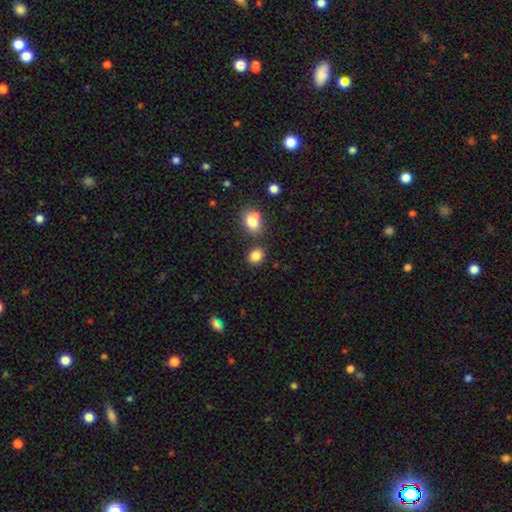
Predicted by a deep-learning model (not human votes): The model was most divided on "how rounded": round: 52%, in between: 46%, cigar-shaped: 1%. More confident: smooth or featured — smooth (84%); merging — none (75%).